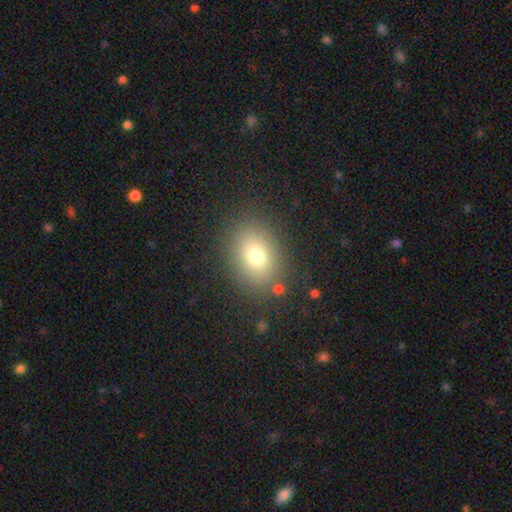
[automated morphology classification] This is likely a smooth galaxy (77%). How rounded: likely in between (61%). Merging: clearly none (85%).